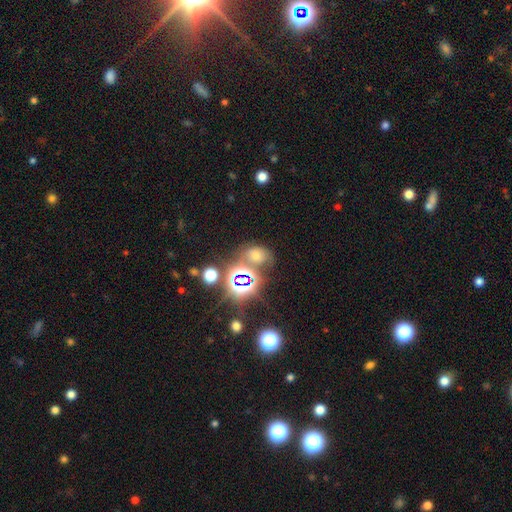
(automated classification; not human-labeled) A star or artifact, not a galaxy (46%).

Vote fractions:
- Smooth or featured? star or artifact: 46% / smooth: 40% / featured or disk: 14%